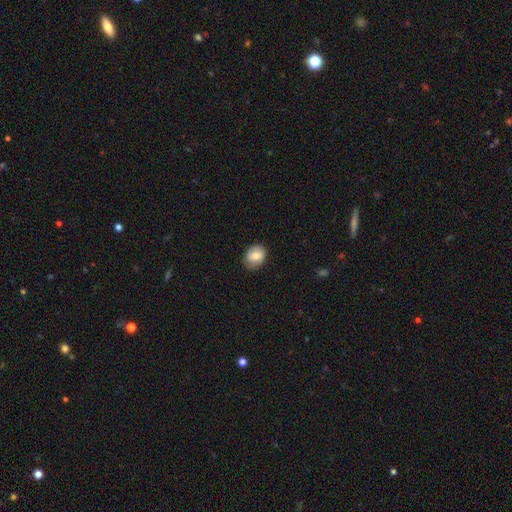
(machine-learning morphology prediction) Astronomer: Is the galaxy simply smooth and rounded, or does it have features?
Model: smooth — 75%.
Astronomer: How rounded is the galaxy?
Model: round — 55% (runner-up: in between, 44%).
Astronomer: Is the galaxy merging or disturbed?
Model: none — 79%.